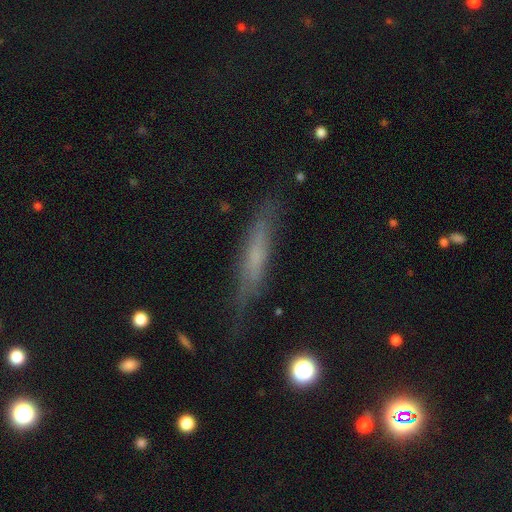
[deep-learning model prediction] Smooth or featured? Predicted: smooth (p=0.47). Merging? Predicted: none (p=0.72).